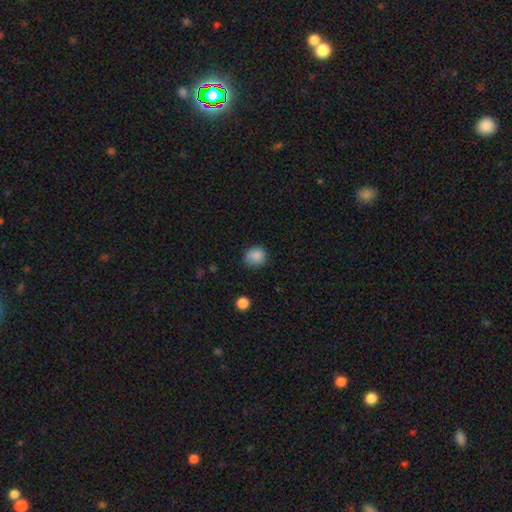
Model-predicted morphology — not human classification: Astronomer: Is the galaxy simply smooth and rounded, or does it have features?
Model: smooth — 86%.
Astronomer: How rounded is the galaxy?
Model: round — 77%.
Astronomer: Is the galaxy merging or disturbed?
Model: none — 73%.